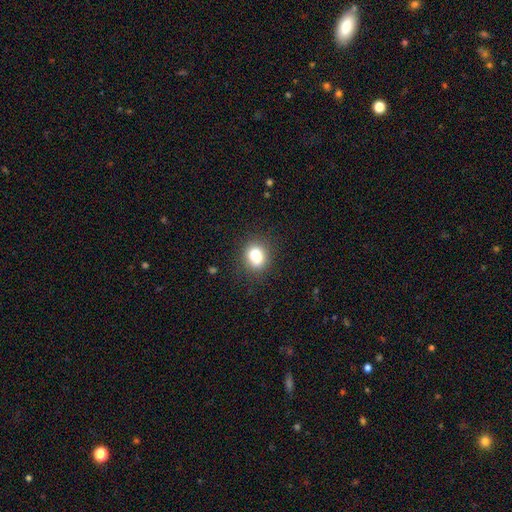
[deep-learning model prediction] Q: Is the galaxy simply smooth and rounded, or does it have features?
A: smooth — 84%.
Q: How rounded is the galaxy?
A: round — 50%.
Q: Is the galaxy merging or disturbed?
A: none — 83%.